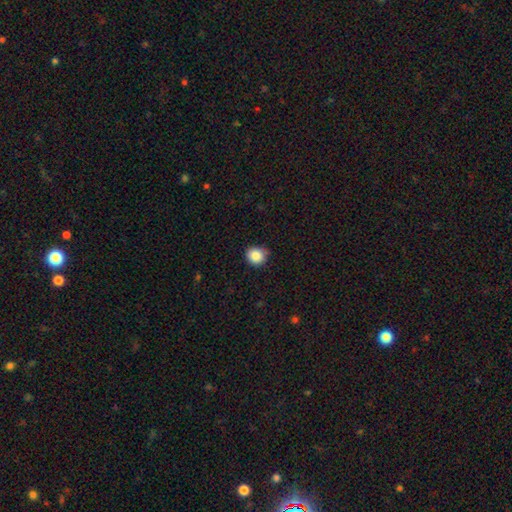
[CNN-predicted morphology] Smooth or featured? smooth (86%)
How rounded? round (83%)
Merging? none (76%)